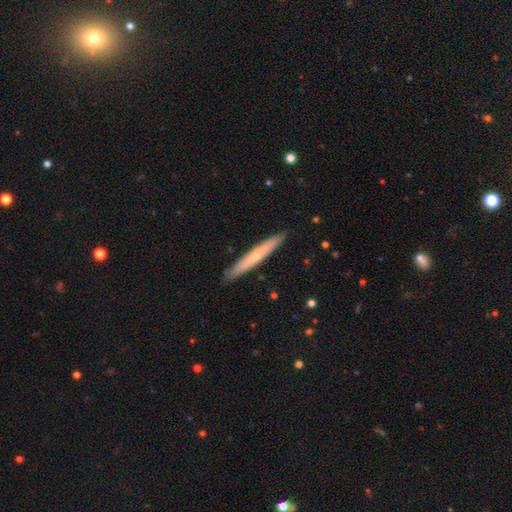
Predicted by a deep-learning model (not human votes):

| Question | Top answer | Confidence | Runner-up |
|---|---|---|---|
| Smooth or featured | smooth | 57% | featured or disk (38%) |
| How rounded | cigar-shaped | 96% | in between (3%) |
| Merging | none | 91% | minor disturbance (7%) |